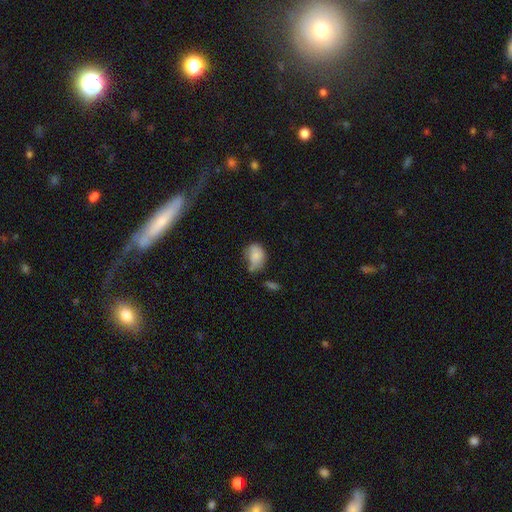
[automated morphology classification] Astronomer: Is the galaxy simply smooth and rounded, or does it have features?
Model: smooth — 80%.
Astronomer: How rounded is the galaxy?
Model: in between — 71%.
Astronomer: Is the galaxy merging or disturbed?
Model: none — 38% (runner-up: minor disturbance, 35%).